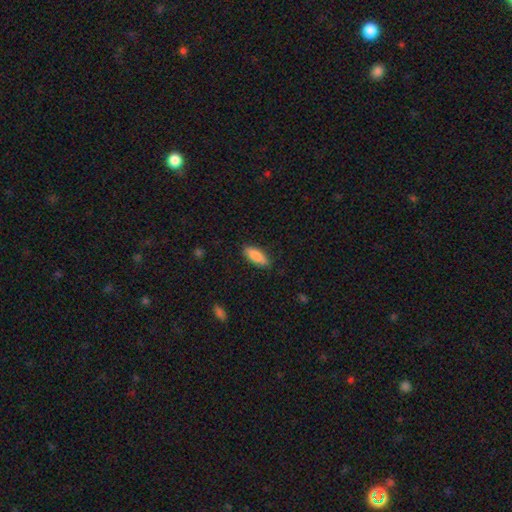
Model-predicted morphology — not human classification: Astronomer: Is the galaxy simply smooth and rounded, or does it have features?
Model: smooth — 86%.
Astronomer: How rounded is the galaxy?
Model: in between — 73%.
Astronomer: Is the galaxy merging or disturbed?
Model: none — 85%.